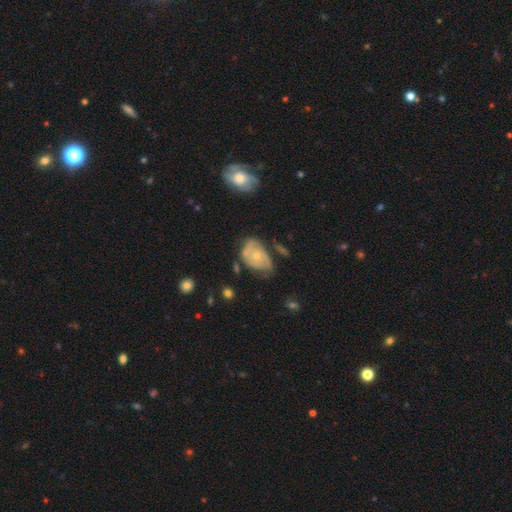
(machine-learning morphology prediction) Smooth or featured: featured or disk — 57% (smooth — 35%)
Edge-on disk: no — 95% (yes — 5%)
Bar: no — 84% (weak — 13%)
Spiral arms: yes — 60% (no — 40%)
Bulge size: small — 59% (moderate — 37%)
Merging: minor disturbance — 38% (none — 37%)